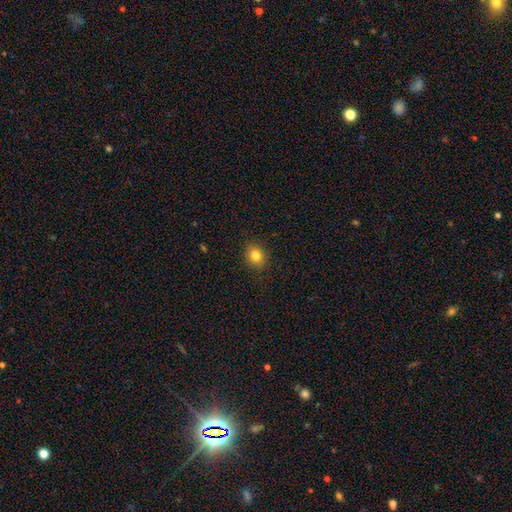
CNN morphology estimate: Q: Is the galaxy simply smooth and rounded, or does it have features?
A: smooth — 82%.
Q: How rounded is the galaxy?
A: round — 65%.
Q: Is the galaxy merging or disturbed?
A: none — 89%.